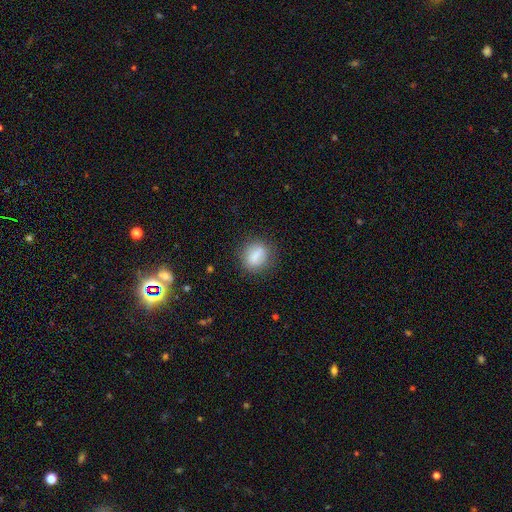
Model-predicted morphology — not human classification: A smooth galaxy with no disk features (76%) that is round (54%).

Vote fractions:
- Smooth or featured? smooth: 76% / featured or disk: 15% / star or artifact: 9%
- How rounded? round: 54% / in between: 42% / cigar-shaped: 4%
- Merging? none: 79% / minor disturbance: 14% / major disturbance: 5% / merger: 2%